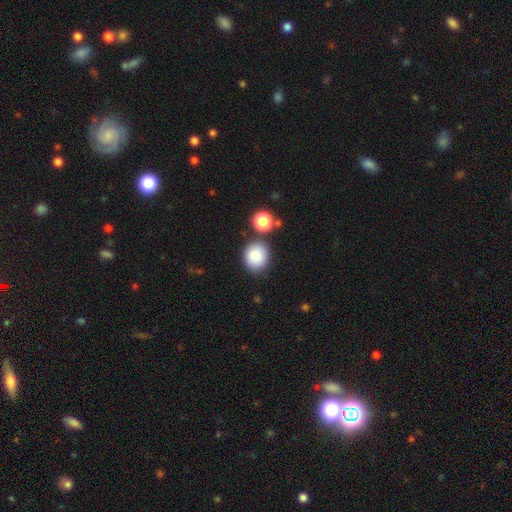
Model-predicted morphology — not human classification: Q: Smooth or featured?
A: smooth (86%); runner-up: star or artifact (9%)
Q: How rounded?
A: round (74%); runner-up: in between (25%)
Q: Merging?
A: none (73%); runner-up: minor disturbance (12%)